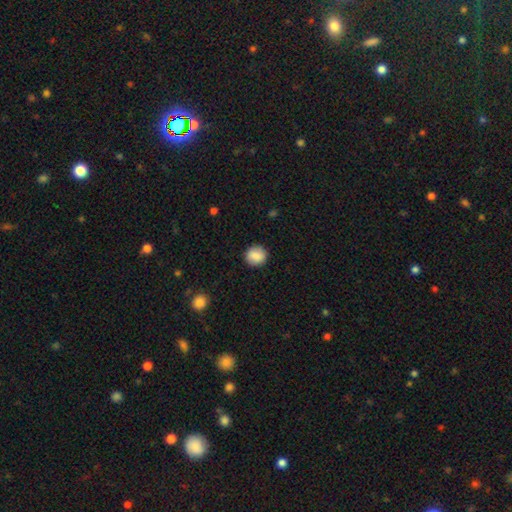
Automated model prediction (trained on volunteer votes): Overall: smooth (87%). How rounded: round (86%). Merging: none (89%).